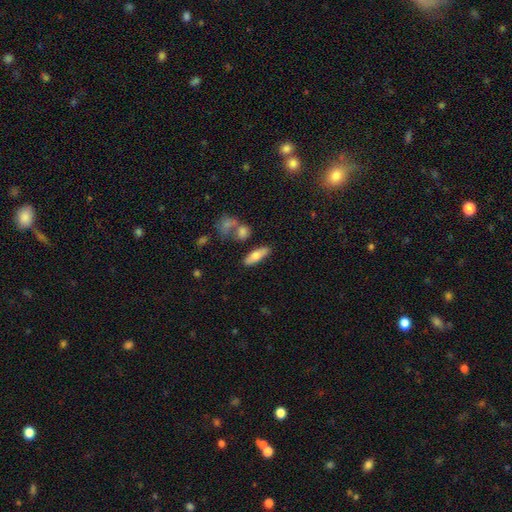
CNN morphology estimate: smooth 67%, featured or disk 27%, star or artifact 7%. Down the decision tree: how rounded — in between (53%); merging — none (78%).